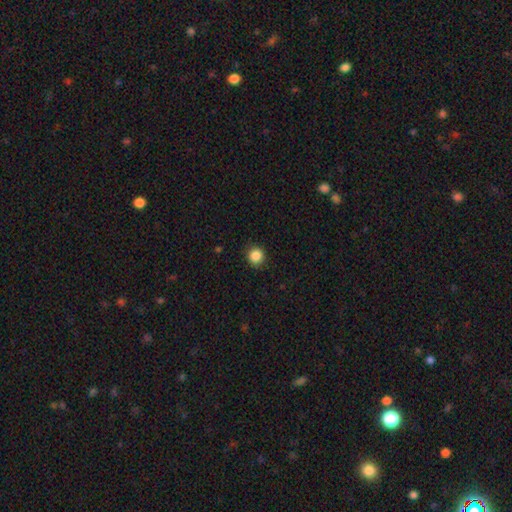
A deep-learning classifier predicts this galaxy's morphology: Smooth or featured? Predicted: smooth (p=0.86). How rounded? Predicted: round (p=0.92). Merging? Predicted: none (p=0.90).